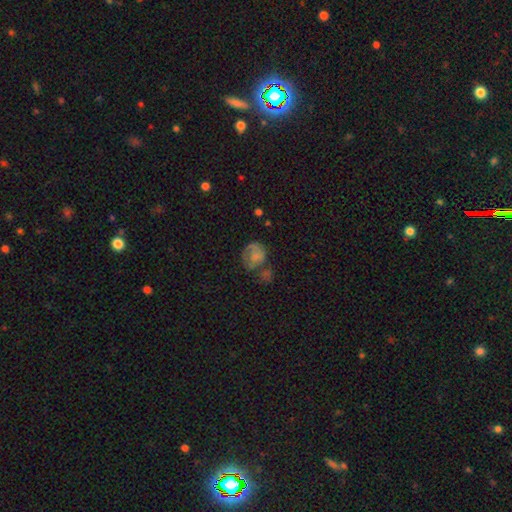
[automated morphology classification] This appears to be a smooth galaxy with no disk features (64%) that is round (60%). Merging: none (34%).